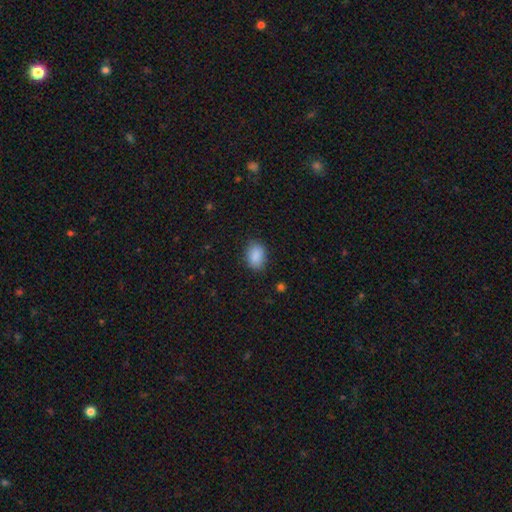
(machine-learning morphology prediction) Overall: smooth (89%). How rounded: in between (77%). Merging: none (82%).